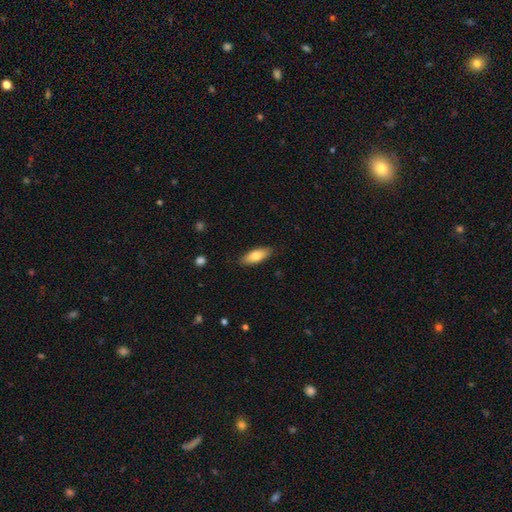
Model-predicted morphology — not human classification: Smooth or featured? smooth (78%)
How rounded? in between (71%)
Merging? none (87%)